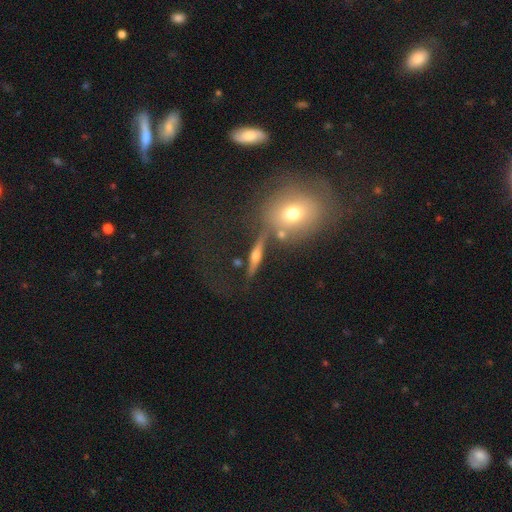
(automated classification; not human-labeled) featured or disk 63%, smooth 25%, star or artifact 12%. Down the decision tree: edge-on disk — yes (87%); edge-on bulge — rounded (93%); merging — none (71%).